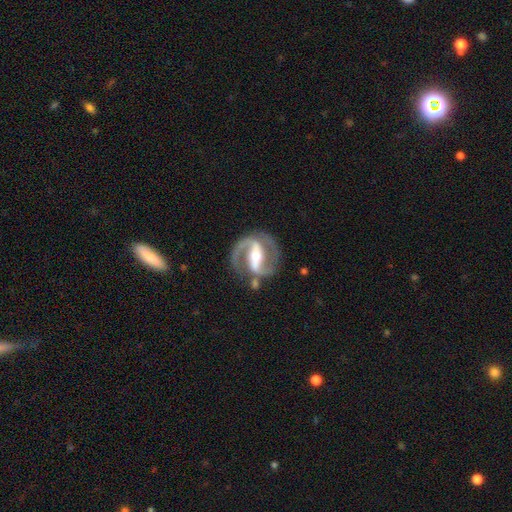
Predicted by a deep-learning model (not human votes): This is clearly a featured or disk galaxy (91%). It is clearly not viewed edge-on (97%). Bar: likely strong (73%). Spiral arm pattern: clearly yes (96%). Spiral arm count: clearly 2 (93%). Spiral winding: possibly medium (57%). Central bulge: likely moderate (61%). Merging: likely none (80%).